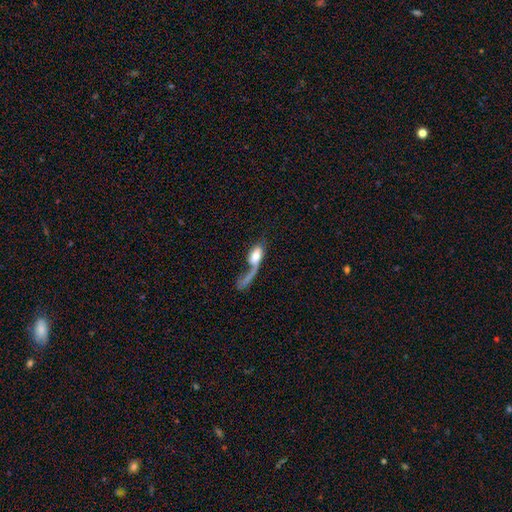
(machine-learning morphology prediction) Overall: smooth (54%; featured or disk 38%). How rounded: in between (75%). Merging: major disturbance (47%; merger 23%).